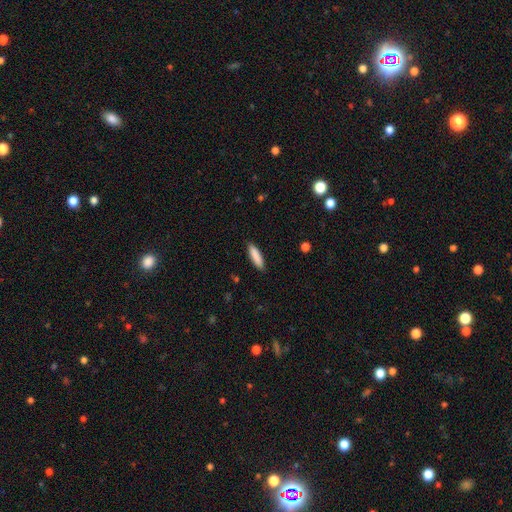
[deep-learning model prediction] This appears to be a smooth galaxy with no disk features (88%) that is cigar-shaped (69%). Merging: none (89%).